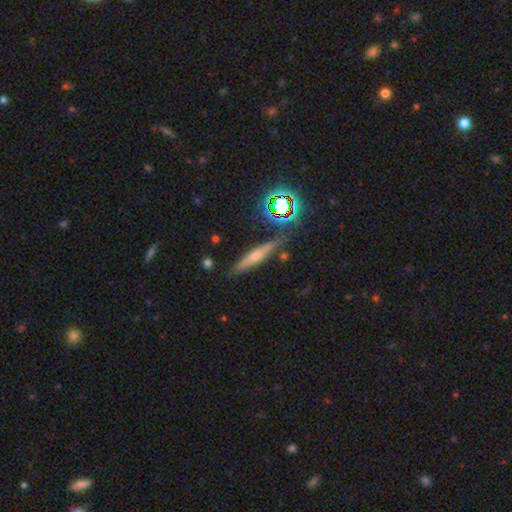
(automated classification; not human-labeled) Q: Smooth or featured?
A: featured or disk (45%); runner-up: smooth (37%)
Q: Merging?
A: none (80%); runner-up: minor disturbance (12%)